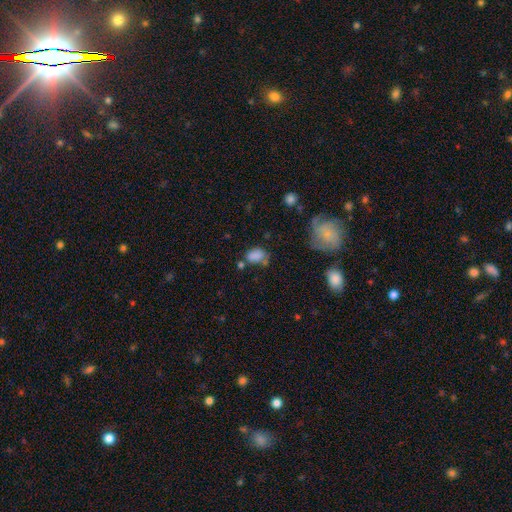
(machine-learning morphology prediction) The model was most divided on "merging": none: 47%, minor disturbance: 26%, merger: 14%, major disturbance: 12%. More confident: how rounded — in between (81%); smooth or featured — smooth (79%).